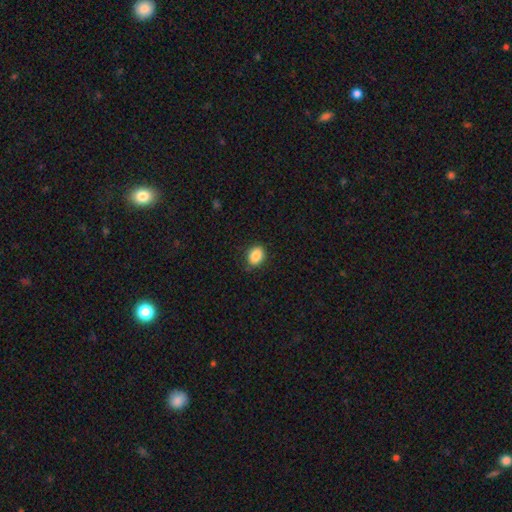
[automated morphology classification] This is clearly a smooth galaxy (87%). How rounded: likely in between (62%). Merging: clearly none (83%).